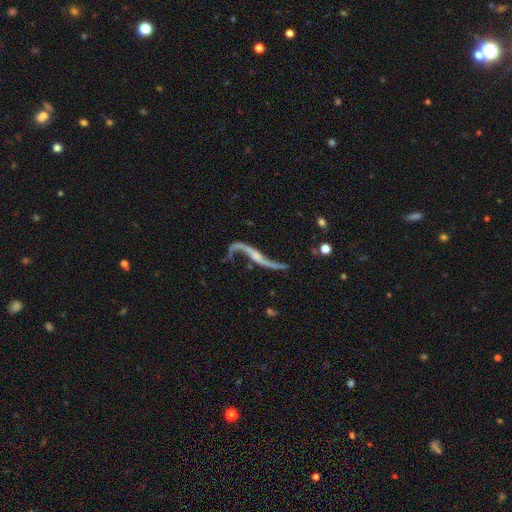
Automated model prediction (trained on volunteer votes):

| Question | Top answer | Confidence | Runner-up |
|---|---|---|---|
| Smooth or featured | featured or disk | 88% | star or artifact (7%) |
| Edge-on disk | no | 72% | yes (28%) |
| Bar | no | 48% | weak (29%) |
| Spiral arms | yes | 94% | no (6%) |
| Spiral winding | loose | 95% | medium (4%) |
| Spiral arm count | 2 | 92% | 1 (4%) |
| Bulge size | small | 52% | moderate (22%) |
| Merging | none | 61% | minor disturbance (18%) |